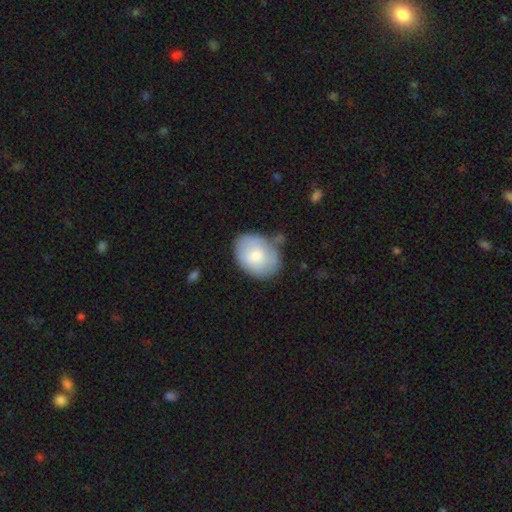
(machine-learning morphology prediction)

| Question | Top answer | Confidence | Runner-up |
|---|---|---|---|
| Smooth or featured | smooth | 73% | featured or disk (20%) |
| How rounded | in between | 67% | round (32%) |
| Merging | none | 61% | minor disturbance (26%) |